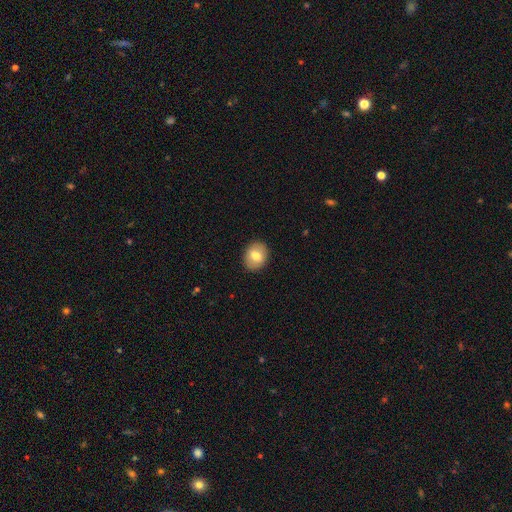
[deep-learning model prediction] This is likely a smooth galaxy (73%). How rounded: possibly in between (52%). Merging: clearly none (89%).